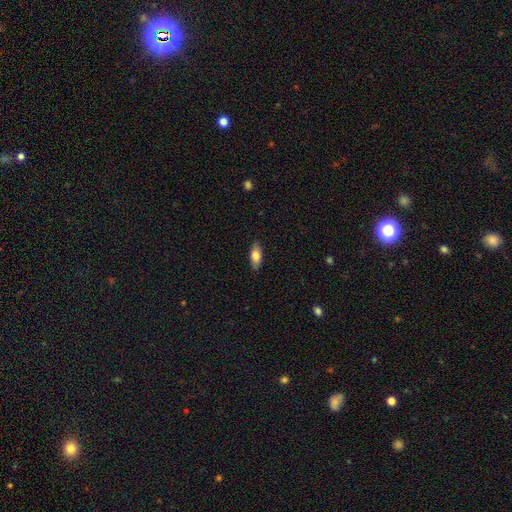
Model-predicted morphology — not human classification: The model was most divided on "how rounded": in between: 81%, cigar-shaped: 16%, round: 2%. More confident: merging — none (87%); smooth or featured — smooth (80%).